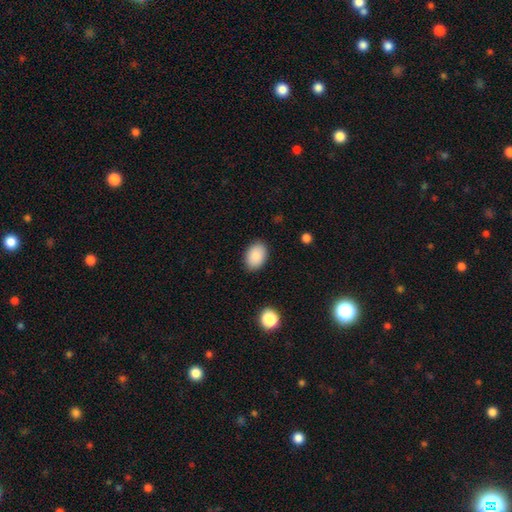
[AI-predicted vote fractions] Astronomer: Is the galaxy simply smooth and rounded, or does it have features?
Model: smooth — 90%.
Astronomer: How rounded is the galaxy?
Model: in between — 85%.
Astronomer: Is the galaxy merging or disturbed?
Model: none — 88%.